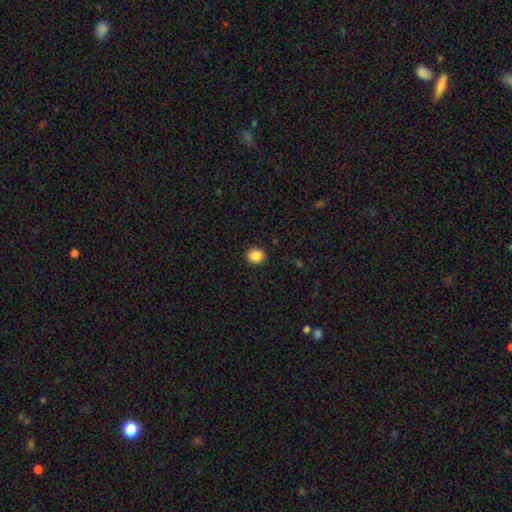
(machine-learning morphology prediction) smooth-or-featured: smooth: 87% | star or artifact: 9% | featured or disk: 3%
  how-rounded: round: 73% | in between: 26% | cigar-shaped: 1%
  merging: none: 91% | minor disturbance: 6% | major disturbance: 2% | merger: 1%